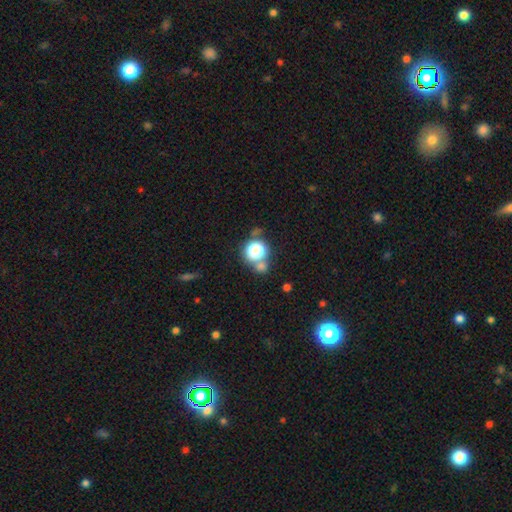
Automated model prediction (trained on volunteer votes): This appears to be a smooth galaxy with no disk features (74%) that is round (86%). Merging: none (53%).